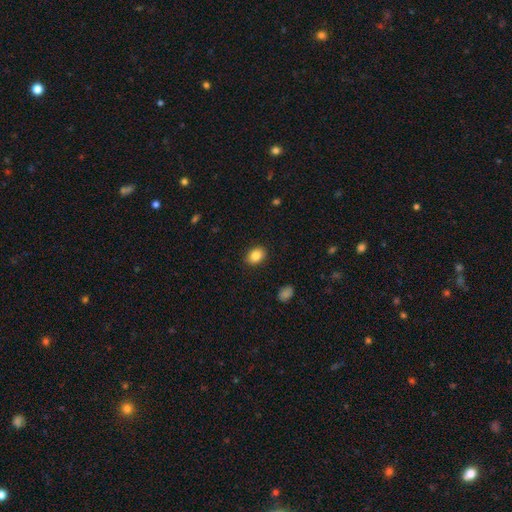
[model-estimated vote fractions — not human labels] The model was most divided on "how rounded": in between: 67%, round: 32%, cigar-shaped: 1%. More confident: merging — none (89%); smooth or featured — smooth (85%).